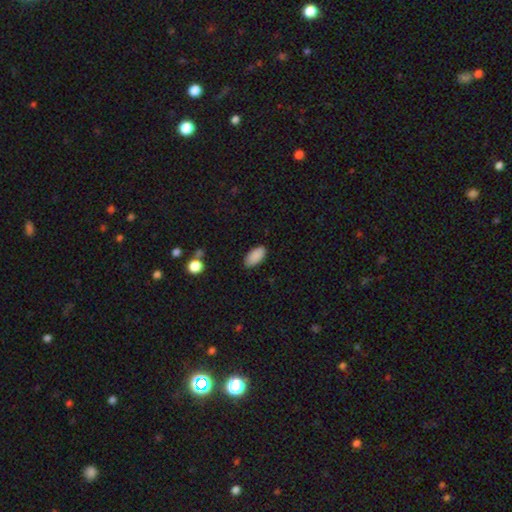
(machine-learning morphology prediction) smooth 89%, star or artifact 7%, featured or disk 4%. Down the decision tree: how rounded — in between (92%); merging — none (85%).